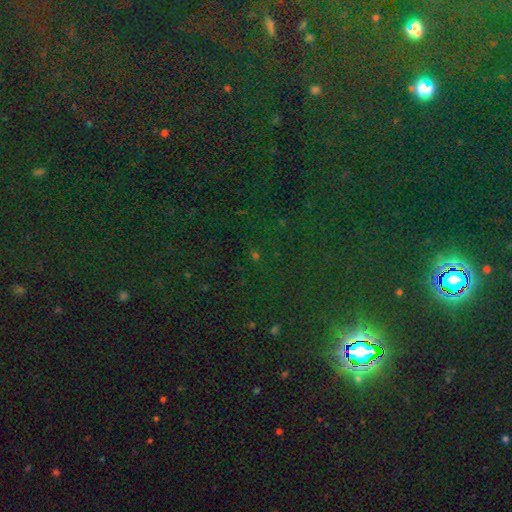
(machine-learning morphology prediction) Smooth or featured? Predicted: star or artifact (p=0.72).